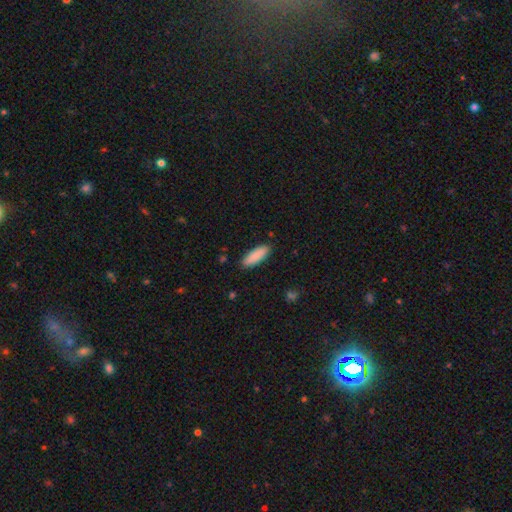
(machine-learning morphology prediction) Smooth or featured? Predicted: smooth (p=0.90). How rounded? Predicted: in between (p=0.63). Merging? Predicted: none (p=0.88).